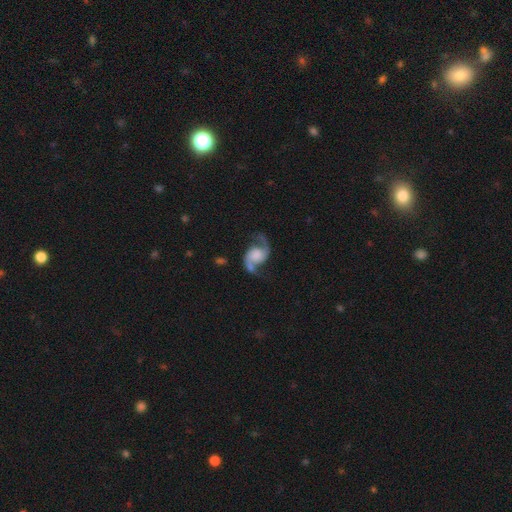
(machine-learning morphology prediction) A featured or disk galaxy (90%) with no bar (67%), 2 (94%) loose (63%) spiral arms (98%) and no central bulge (33%).

Vote fractions:
- Smooth or featured? featured or disk: 90% / smooth: 5% / star or artifact: 5%
- Edge-on disk? no: 98% / yes: 2%
- Bar? no: 67% / weak: 25% / strong: 8%
- Spiral arms? yes: 98% / no: 2%
- Spiral winding? loose: 63% / medium: 31% / tight: 6%
- Spiral arm count? 2: 94% / 1: 2% / can't tell: 1% / 3: 1% / 4: 1% / more than 4: 1%
- Bulge size? none: 33% / large: 28% / moderate: 16% / small: 14% / dominant: 8%
- Merging? none: 75% / minor disturbance: 14% / major disturbance: 8% / merger: 3%